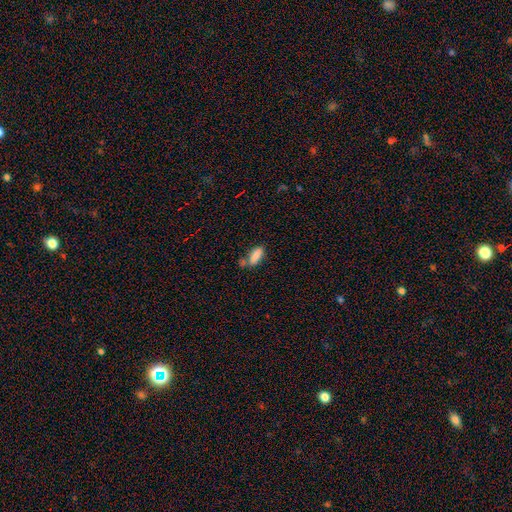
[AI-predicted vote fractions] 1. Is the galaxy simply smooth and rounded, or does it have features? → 84% smooth, 9% star or artifact, 8% featured or disk.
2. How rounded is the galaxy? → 63% in between, 35% cigar-shaped, 2% round.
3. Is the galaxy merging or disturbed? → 50% none, 23% merger, 20% minor disturbance, 7% major disturbance.